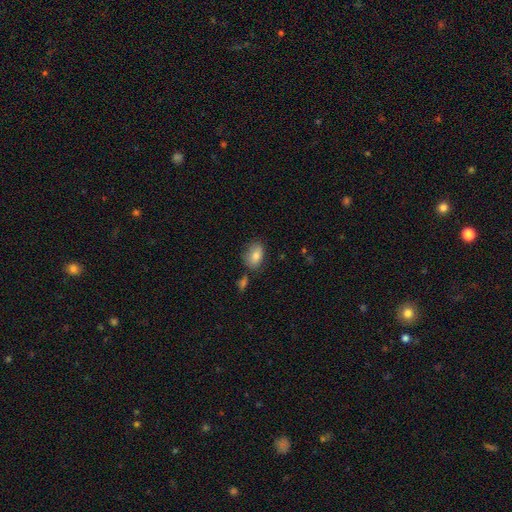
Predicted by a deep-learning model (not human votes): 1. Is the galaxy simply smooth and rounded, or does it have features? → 80% smooth, 12% featured or disk, 8% star or artifact.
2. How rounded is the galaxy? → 85% in between, 13% round, 2% cigar-shaped.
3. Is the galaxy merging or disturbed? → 69% none, 20% minor disturbance, 7% merger, 5% major disturbance.